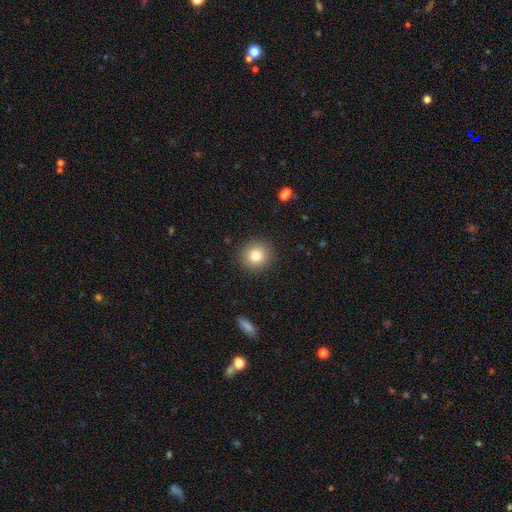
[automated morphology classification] Smooth or featured: smooth — 81% (star or artifact — 11%)
How rounded: round — 93% (in between — 6%)
Merging: none — 91% (minor disturbance — 6%)